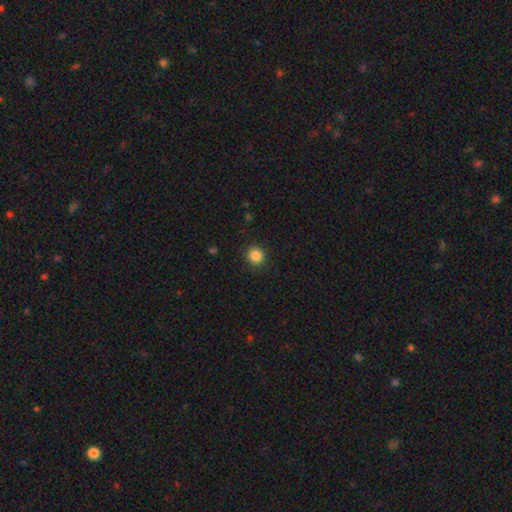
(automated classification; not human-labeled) This appears to be a smooth galaxy with no disk features (86%) that is round (92%). Merging: none (91%).